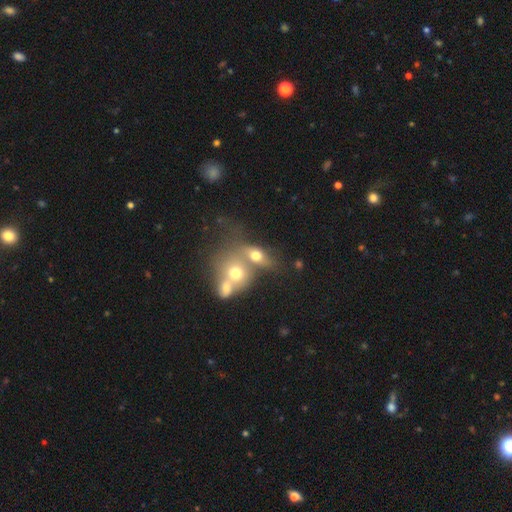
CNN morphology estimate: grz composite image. It shows a smooth galaxy with no disk features (64%) that is in between round and cigar-shaped (57%). Merging: merger (55%).